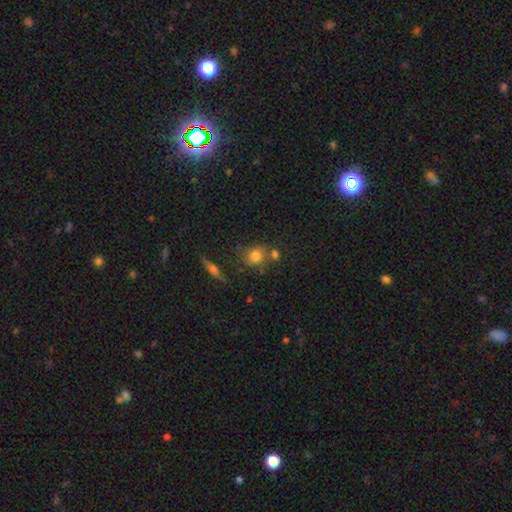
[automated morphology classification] Overall: smooth (76%). How rounded: round (72%). Merging: none (62%).